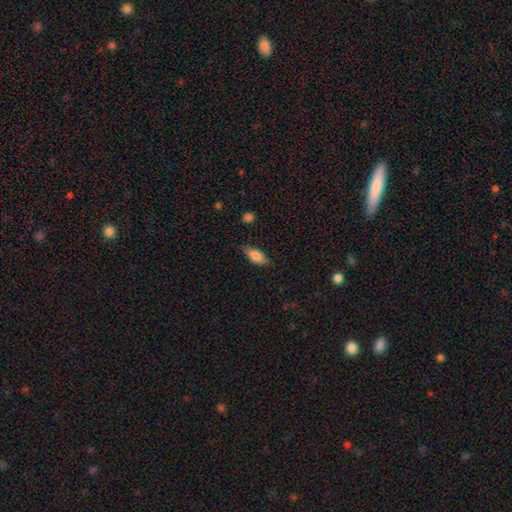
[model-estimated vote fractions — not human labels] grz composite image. It shows a smooth galaxy with no disk features (76%) that is in between round and cigar-shaped (74%). Merging: none (82%).